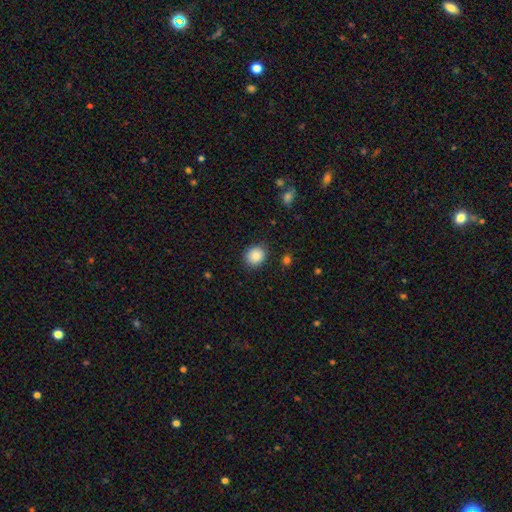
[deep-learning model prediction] The model was most divided on "how rounded": round: 73%, in between: 26%, cigar-shaped: 1%. More confident: merging — none (88%); smooth or featured — smooth (87%).